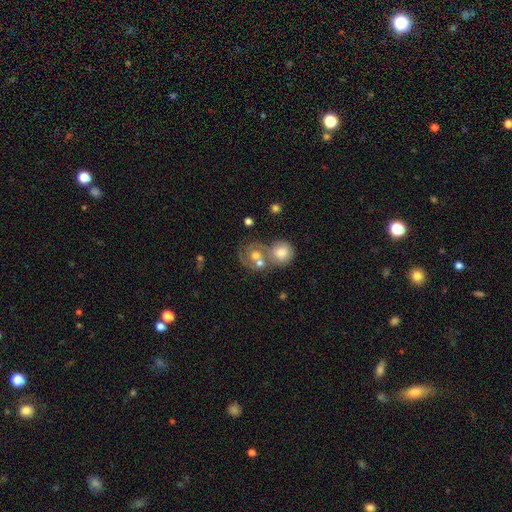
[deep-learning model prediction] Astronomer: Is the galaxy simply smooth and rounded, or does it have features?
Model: featured or disk — 47% (runner-up: smooth, 43%).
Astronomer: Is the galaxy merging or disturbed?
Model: merger — 56%.